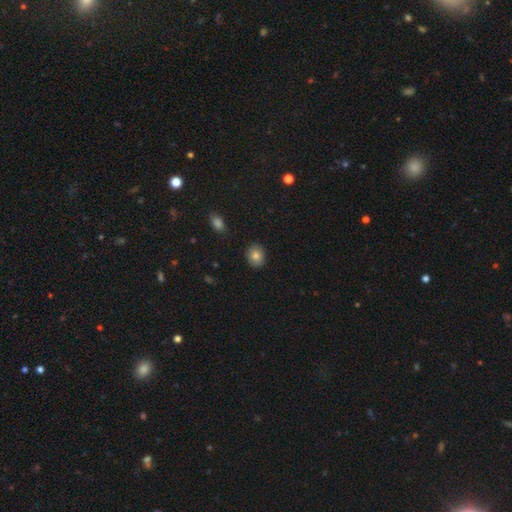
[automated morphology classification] This appears to be a smooth galaxy with no disk features (82%) that is round (64%). Merging: none (88%).